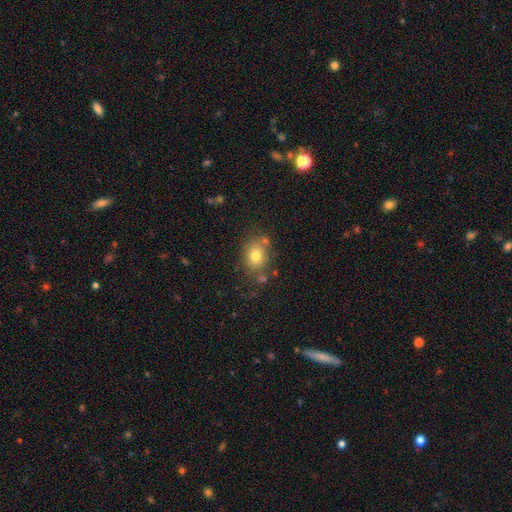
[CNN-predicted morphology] A smooth galaxy with no disk features (78%) that is round (50%).

Vote fractions:
- Smooth or featured? smooth: 78% / featured or disk: 11% / star or artifact: 11%
- How rounded? round: 50% / in between: 49% / cigar-shaped: 1%
- Merging? none: 71% / minor disturbance: 15% / merger: 9% / major disturbance: 5%